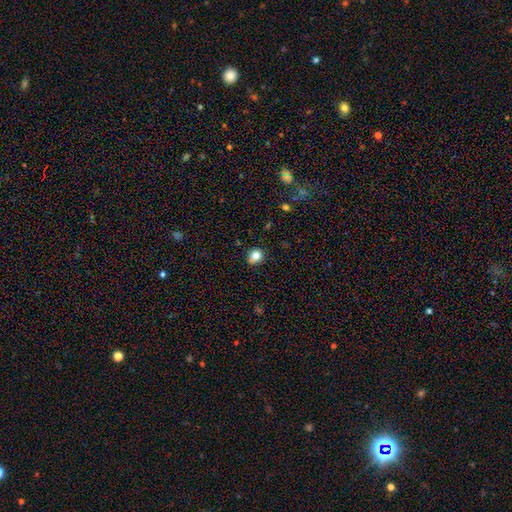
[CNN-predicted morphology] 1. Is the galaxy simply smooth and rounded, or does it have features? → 81% smooth, 12% star or artifact, 7% featured or disk.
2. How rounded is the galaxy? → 83% round, 16% in between, 1% cigar-shaped.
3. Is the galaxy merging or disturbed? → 78% none, 16% minor disturbance, 3% major disturbance, 3% merger.